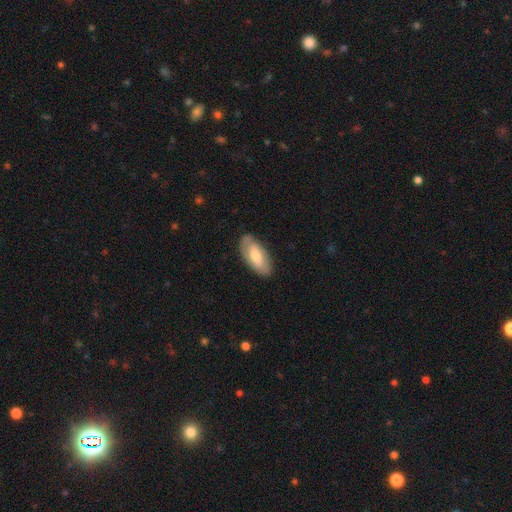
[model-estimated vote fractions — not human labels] Overall: smooth (56%; featured or disk 38%). How rounded: in between (90%). Merging: none (82%).